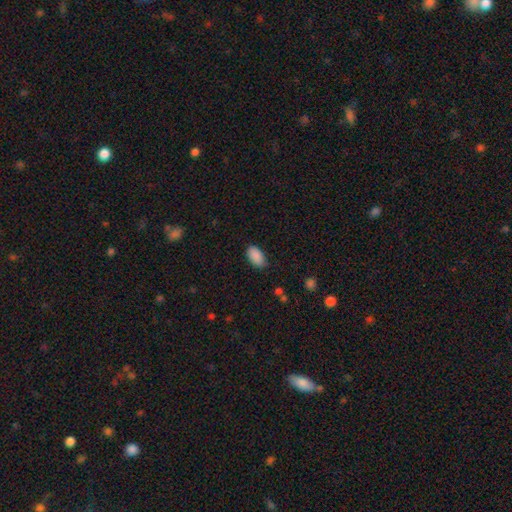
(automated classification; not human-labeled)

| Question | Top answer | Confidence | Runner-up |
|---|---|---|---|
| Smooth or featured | smooth | 90% | star or artifact (7%) |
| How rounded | in between | 94% | round (4%) |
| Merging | none | 80% | minor disturbance (16%) |